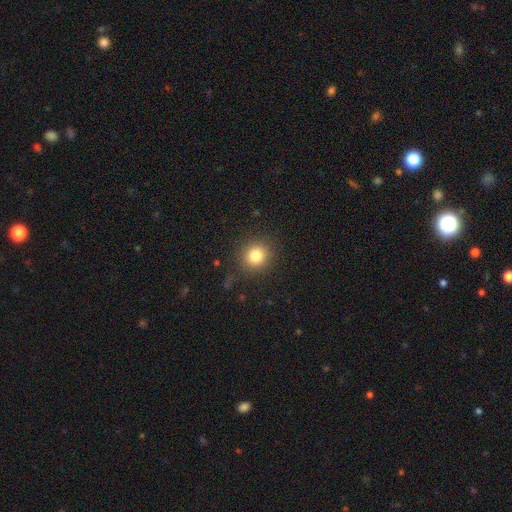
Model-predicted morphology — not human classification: A smooth galaxy with no disk features (82%) that is round (87%). Merging: none (86%).